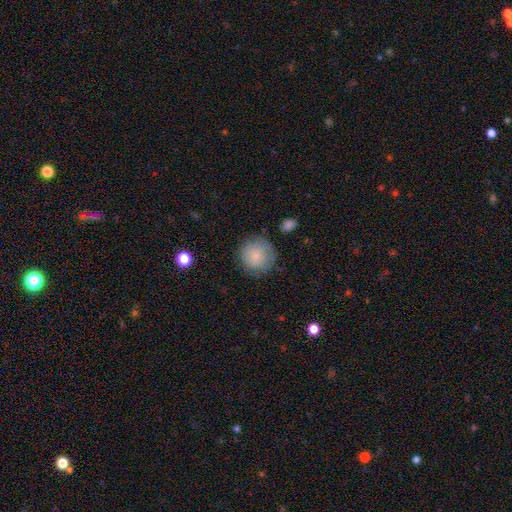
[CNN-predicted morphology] Q: Smooth or featured?
A: smooth (81%); runner-up: featured or disk (11%)
Q: How rounded?
A: round (94%); runner-up: in between (5%)
Q: Merging?
A: none (80%); runner-up: minor disturbance (13%)